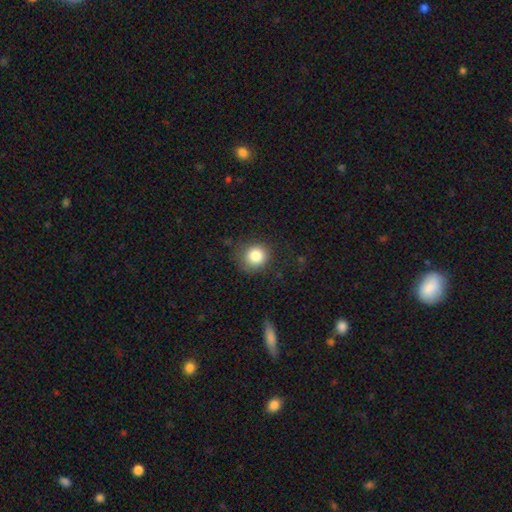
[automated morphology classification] Smooth or featured? Predicted: smooth (p=0.84). How rounded? Predicted: round (p=0.86). Merging? Predicted: none (p=0.77).